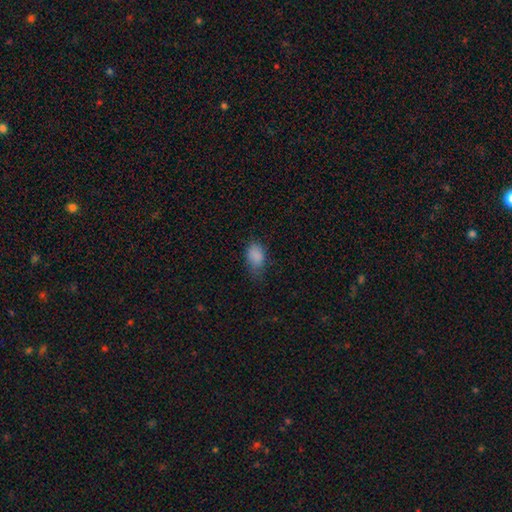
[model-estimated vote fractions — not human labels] A smooth galaxy with no disk features (85%) that is in between round and cigar-shaped (89%).

Vote fractions:
- Smooth or featured? smooth: 85% / star or artifact: 10% / featured or disk: 6%
- How rounded? in between: 89% / round: 9% / cigar-shaped: 2%
- Merging? none: 52% / minor disturbance: 34% / major disturbance: 12% / merger: 1%